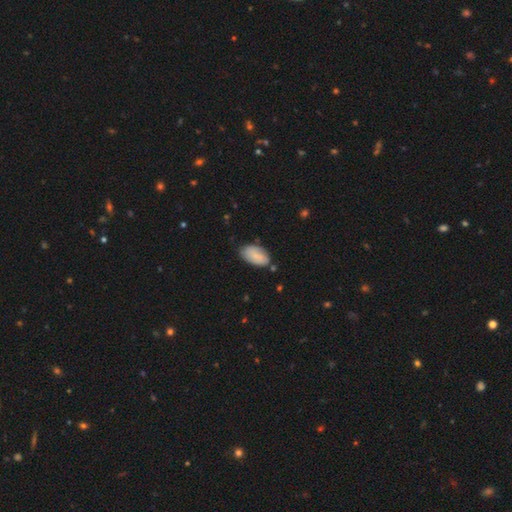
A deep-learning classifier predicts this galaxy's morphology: type=smooth (74%); roundness=in between (95%); merging=none (70%).